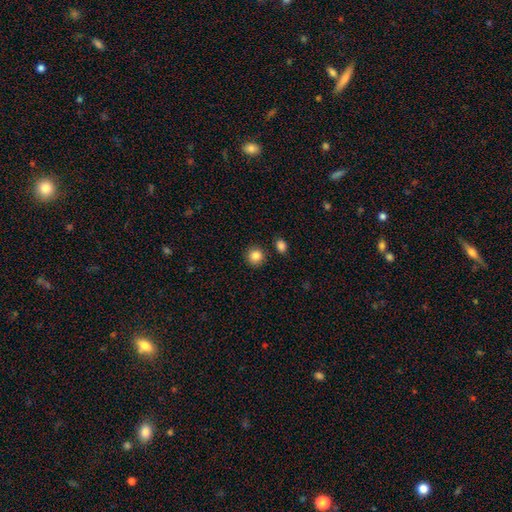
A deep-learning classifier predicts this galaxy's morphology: The model was most divided on "smooth or featured": smooth: 85%, star or artifact: 10%, featured or disk: 5%. More confident: how rounded — round (90%); merging — none (88%).